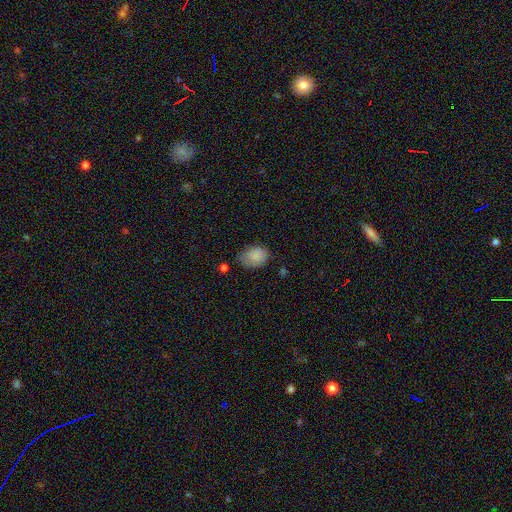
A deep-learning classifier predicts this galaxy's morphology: Q: Smooth or featured?
A: smooth (84%); runner-up: star or artifact (8%)
Q: How rounded?
A: in between (71%); runner-up: round (28%)
Q: Merging?
A: none (56%); runner-up: minor disturbance (33%)